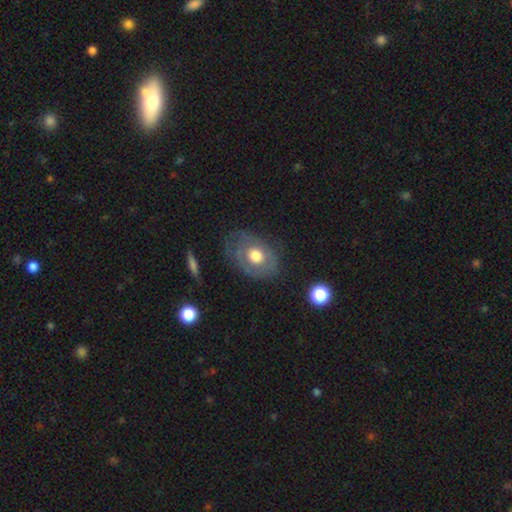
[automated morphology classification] A smooth galaxy with no disk features (46%, tied with featured or disk). Merging: none (64%).